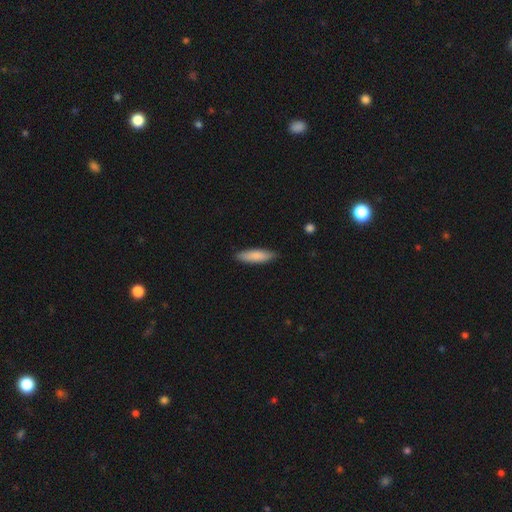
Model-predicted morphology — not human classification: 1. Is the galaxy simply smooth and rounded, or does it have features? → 84% smooth, 10% featured or disk, 5% star or artifact.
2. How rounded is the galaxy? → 62% cigar-shaped, 37% in between, 1% round.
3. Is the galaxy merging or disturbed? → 86% none, 11% minor disturbance, 2% major disturbance, 1% merger.